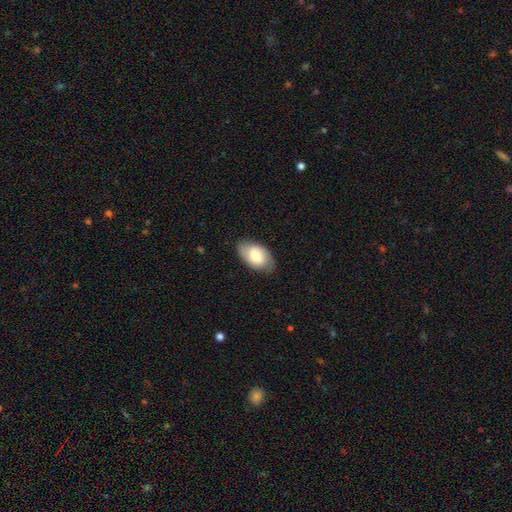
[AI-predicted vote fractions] smooth_or_featured: smooth (p=0.61) [alt: featured or disk p=0.32]
how_rounded: in between (p=0.92) [alt: round p=0.06]
merging: none (p=0.80) [alt: minor disturbance p=0.16]